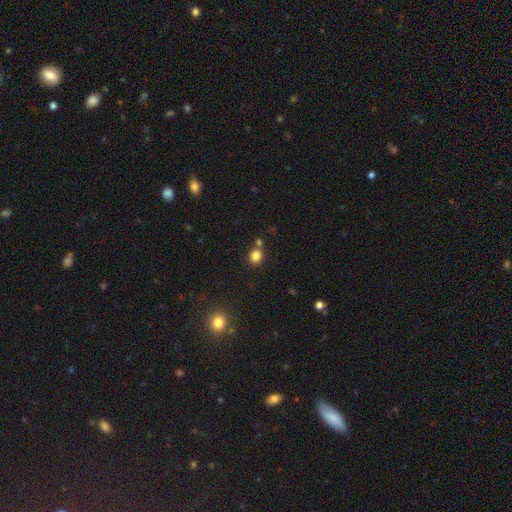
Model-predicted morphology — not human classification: This appears to be a smooth galaxy with no disk features (82%) that is round (69%). Merging: none (73%).